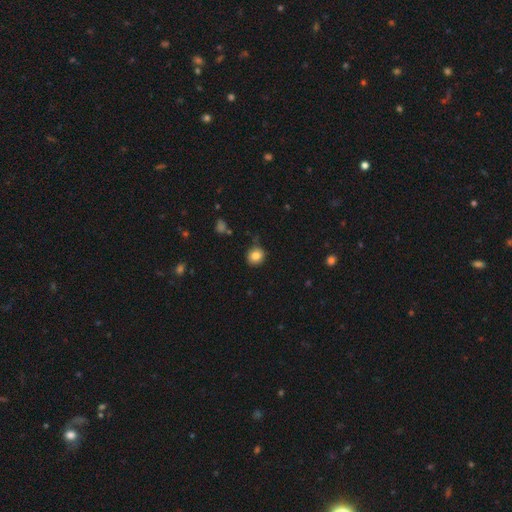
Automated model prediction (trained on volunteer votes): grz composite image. It shows a smooth galaxy with no disk features (83%) that is round (85%). Merging: none (82%).